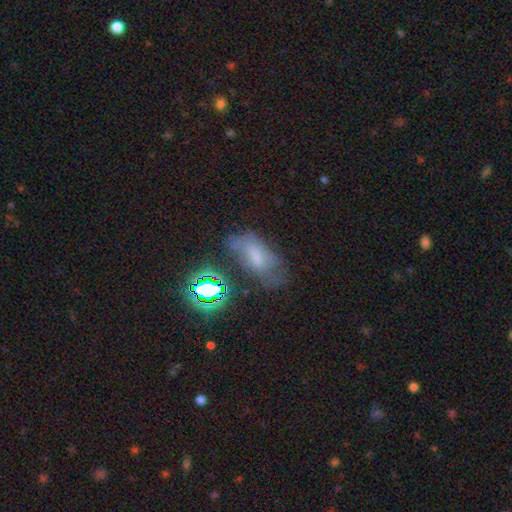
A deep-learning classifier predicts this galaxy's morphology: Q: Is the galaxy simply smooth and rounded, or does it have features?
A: smooth — 46%.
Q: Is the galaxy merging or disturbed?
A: none — 47%.